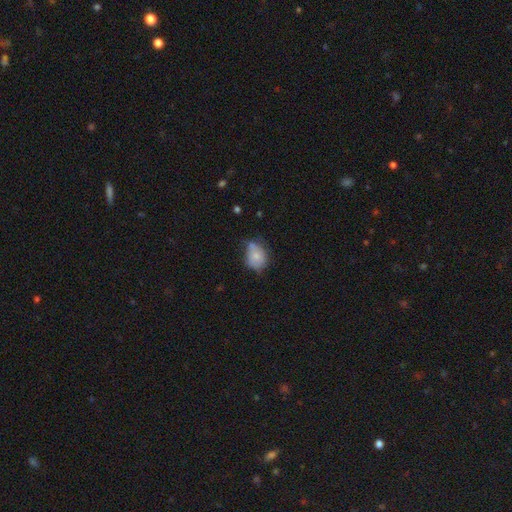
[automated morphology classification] Smooth or featured? smooth (69%)
How rounded? in between (54%)
Merging? minor disturbance (41%)